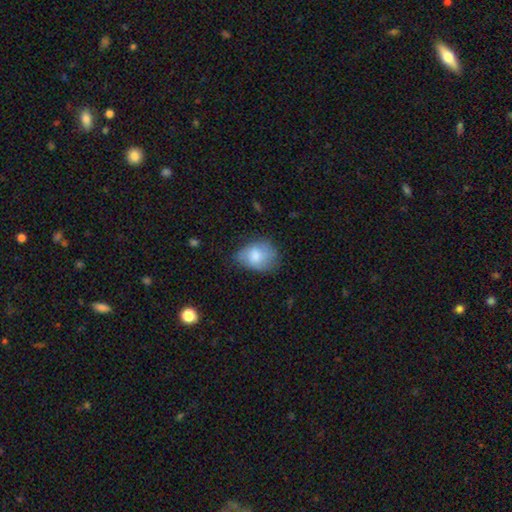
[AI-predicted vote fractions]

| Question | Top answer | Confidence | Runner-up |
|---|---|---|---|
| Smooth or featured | smooth | 76% | featured or disk (17%) |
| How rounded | in between | 71% | round (28%) |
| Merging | none | 57% | minor disturbance (31%) |